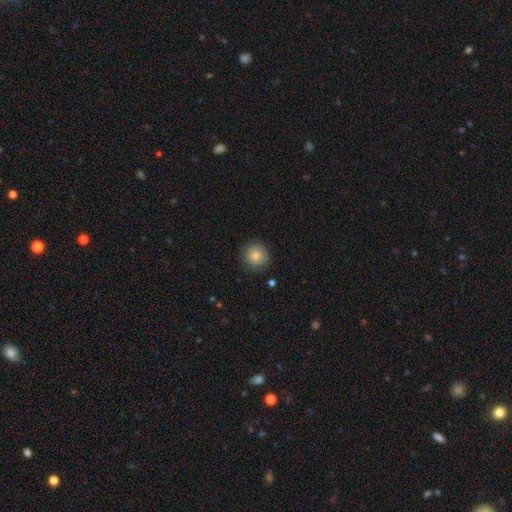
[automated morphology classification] A smooth galaxy with no disk features (84%) that is round (91%). Merging: none (84%).